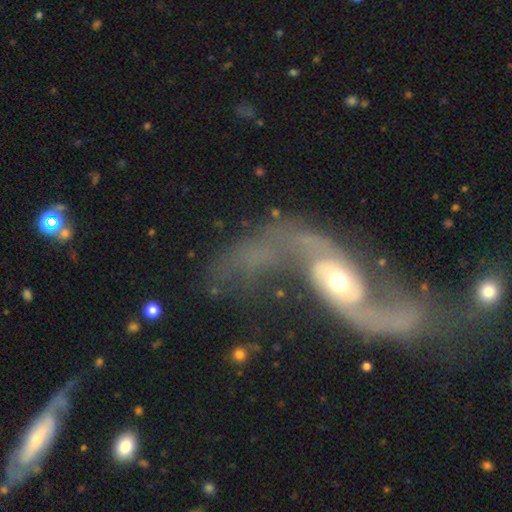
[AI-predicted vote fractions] The model was most divided on "merging": none: 44%, major disturbance: 27%, minor disturbance: 15%, merger: 13%. More confident: edge-on disk — no (95%); spiral arm count — 2 (92%); spiral arms — yes (92%); smooth or featured — featured or disk (86%); spiral winding — loose (74%); bulge size — moderate (59%); bar — no (55%).